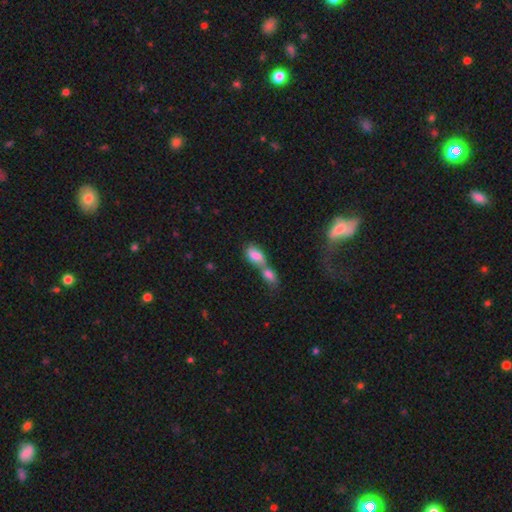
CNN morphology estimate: The model was most divided on "smooth or featured": smooth: 77%, featured or disk: 15%, star or artifact: 8%. More confident: how rounded — in between (86%); merging — merger (76%).